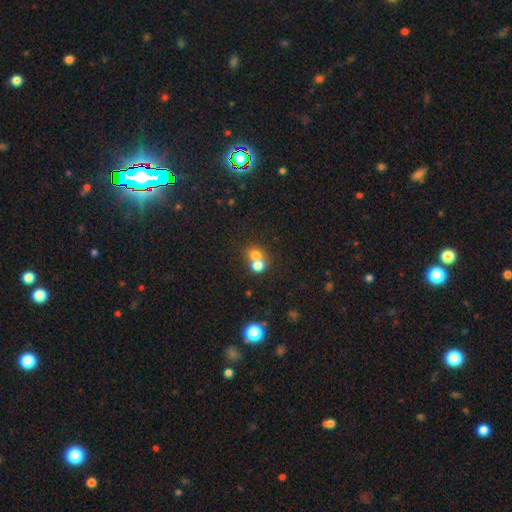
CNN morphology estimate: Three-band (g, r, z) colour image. It shows a smooth galaxy with no disk features (73%) that is round (75%). Merging: merger (63%).